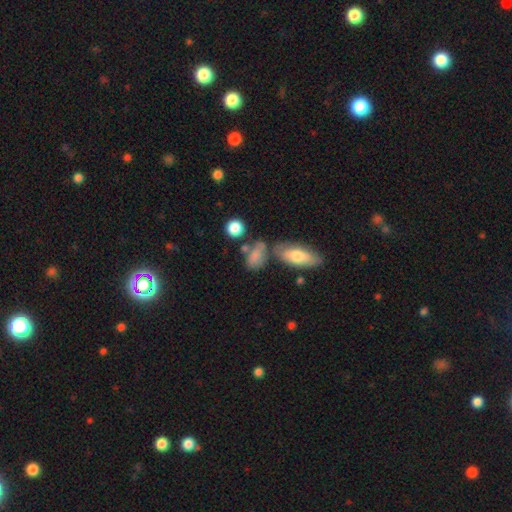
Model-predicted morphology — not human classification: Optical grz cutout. It shows a smooth galaxy with no disk features (75%) that is in between round and cigar-shaped (78%). Merging: none (43%).